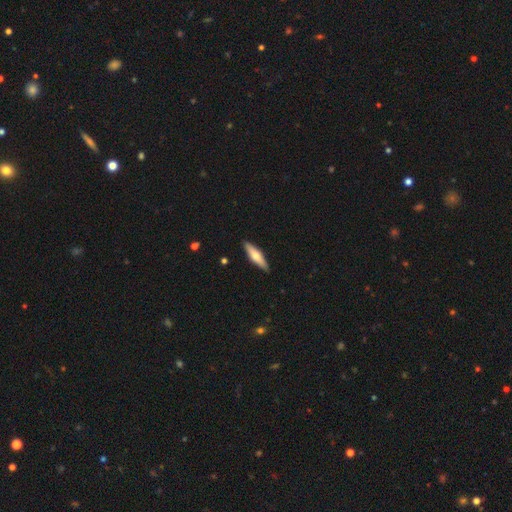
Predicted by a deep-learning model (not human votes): Q: Smooth or featured?
A: smooth (55%); runner-up: featured or disk (40%)
Q: How rounded?
A: cigar-shaped (72%); runner-up: in between (27%)
Q: Merging?
A: none (90%); runner-up: minor disturbance (8%)